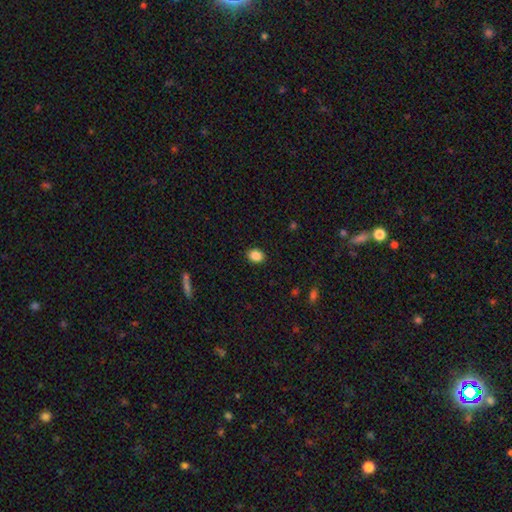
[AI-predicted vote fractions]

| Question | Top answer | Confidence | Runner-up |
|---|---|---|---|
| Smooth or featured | smooth | 87% | star or artifact (9%) |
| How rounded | in between | 56% | round (43%) |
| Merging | none | 90% | minor disturbance (7%) |